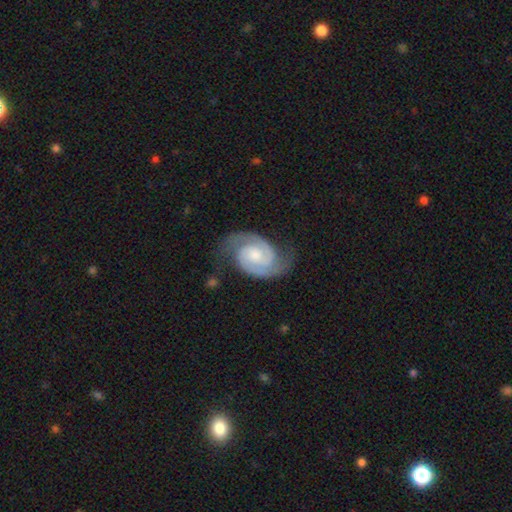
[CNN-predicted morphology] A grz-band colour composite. It shows a featured or disk galaxy (91%) with no bar (58%), 2 (93%) tight (51%) spiral arms (98%) and a moderate central bulge (46%). Merging: none (75%).